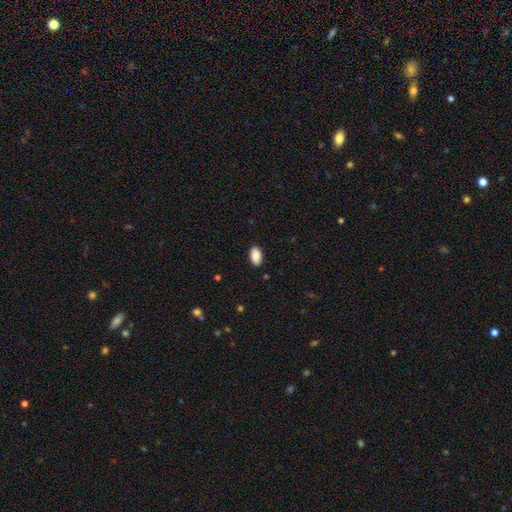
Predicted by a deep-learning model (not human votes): This is clearly a smooth galaxy (88%). How rounded: clearly in between (94%). Merging: clearly none (88%).